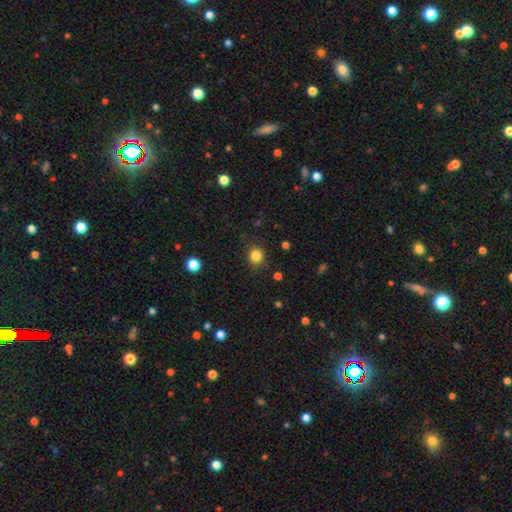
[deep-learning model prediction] smooth-or-featured: smooth: 84% | star or artifact: 12% | featured or disk: 4%
  how-rounded: round: 85% | in between: 14% | cigar-shaped: 1%
  merging: none: 84% | minor disturbance: 11% | major disturbance: 4% | merger: 1%